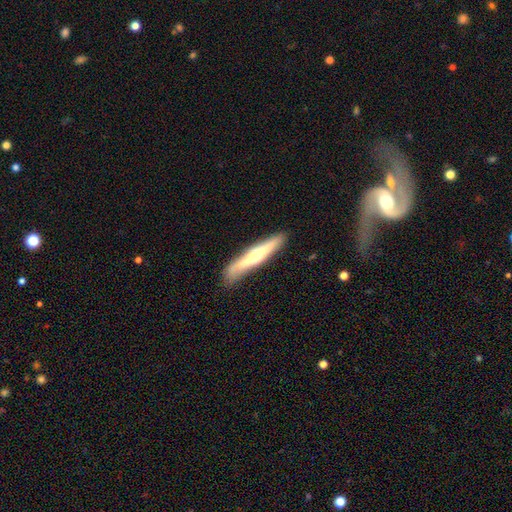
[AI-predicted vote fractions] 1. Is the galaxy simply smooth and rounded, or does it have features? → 54% featured or disk, 40% smooth, 5% star or artifact.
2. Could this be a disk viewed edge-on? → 90% yes, 10% no.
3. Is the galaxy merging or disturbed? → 85% none, 11% minor disturbance, 2% major disturbance, 1% merger.